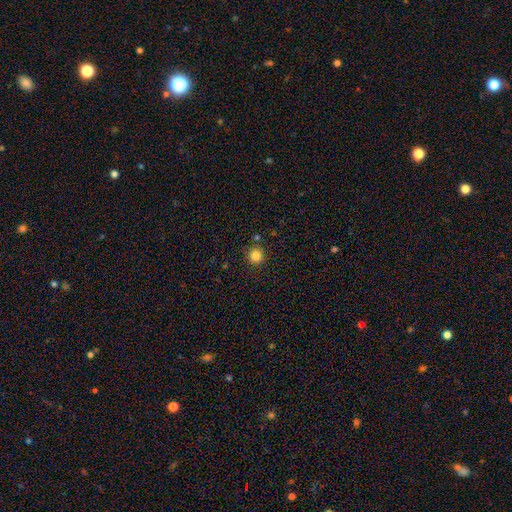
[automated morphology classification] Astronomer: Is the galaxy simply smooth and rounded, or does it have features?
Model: smooth — 83%.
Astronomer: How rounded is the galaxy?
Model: round — 94%.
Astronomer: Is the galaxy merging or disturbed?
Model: none — 87%.